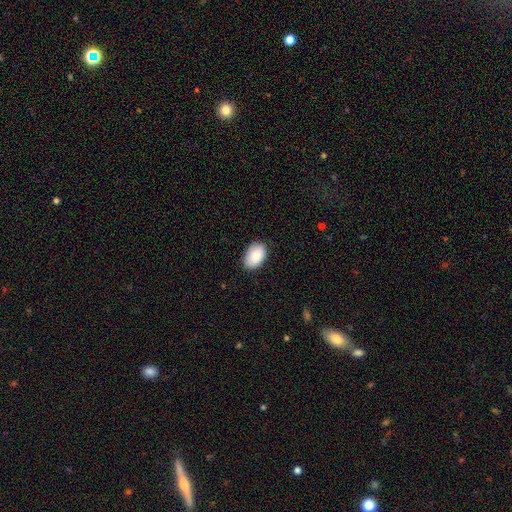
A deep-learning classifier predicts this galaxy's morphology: smooth_or_featured: smooth (p=0.85) [alt: featured or disk p=0.08]
how_rounded: in between (p=0.90) [alt: round p=0.09]
merging: none (p=0.81) [alt: minor disturbance p=0.15]